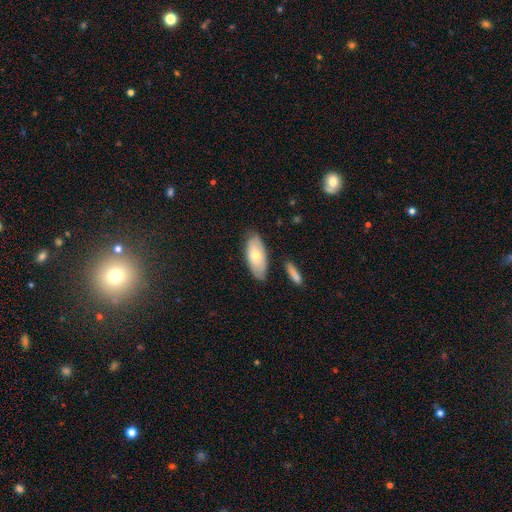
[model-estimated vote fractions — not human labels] smooth 68%, featured or disk 26%, star or artifact 6%. Down the decision tree: how rounded — in between (89%); merging — none (78%).